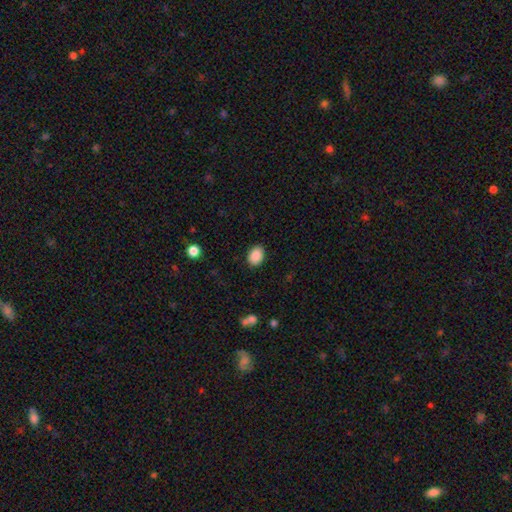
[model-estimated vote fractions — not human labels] smooth-or-featured: smooth: 89% | star or artifact: 8% | featured or disk: 3%
  how-rounded: in between: 74% | round: 25% | cigar-shaped: 1%
  merging: none: 87% | minor disturbance: 9% | major disturbance: 2% | merger: 1%